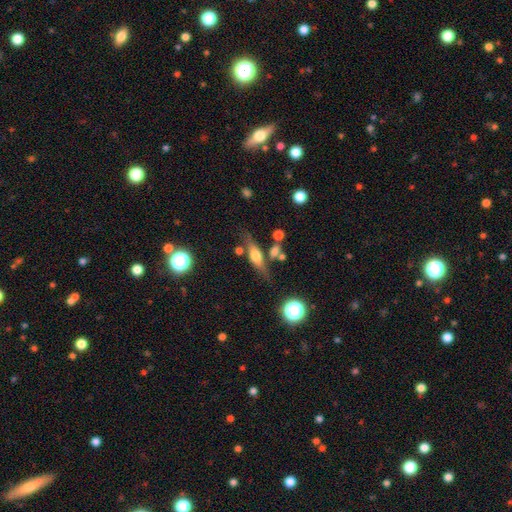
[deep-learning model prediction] featured or disk 51%, smooth 40%, star or artifact 9%. Down the decision tree: edge-on disk — yes (85%); merging — none (67%).